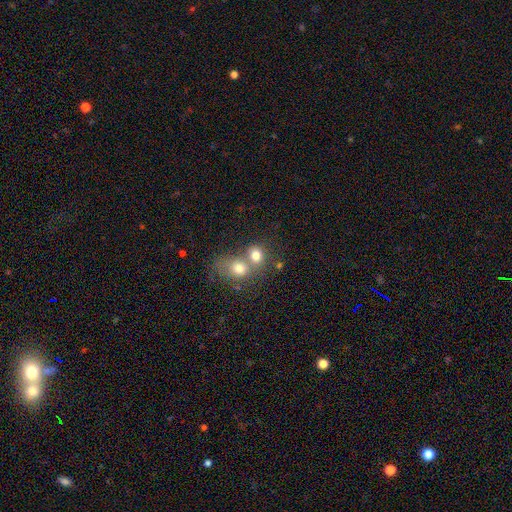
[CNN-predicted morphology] Smooth or featured: smooth — 74% (featured or disk — 14%)
How rounded: round — 69% (in between — 30%)
Merging: merger — 60% (none — 29%)